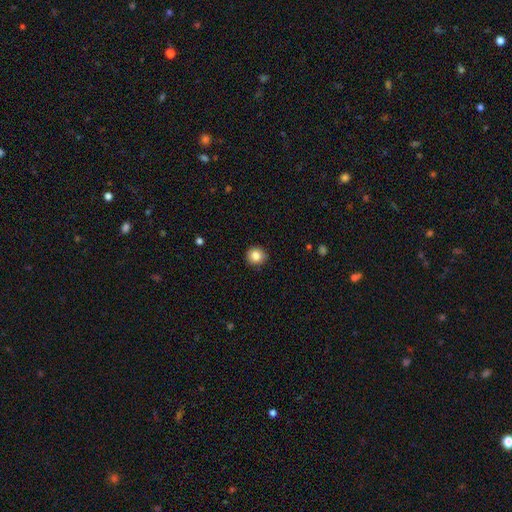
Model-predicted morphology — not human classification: Smooth or featured? smooth (84%)
How rounded? round (90%)
Merging? none (89%)